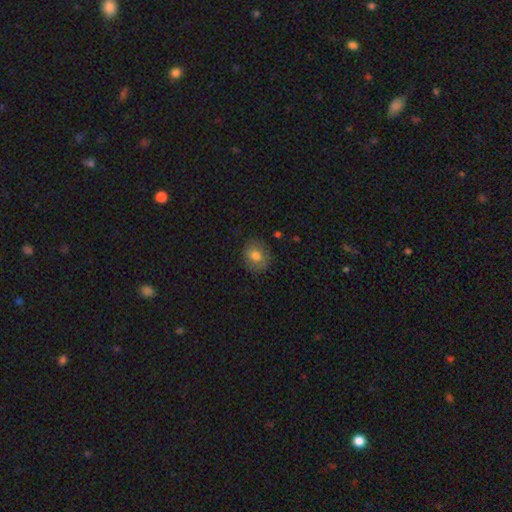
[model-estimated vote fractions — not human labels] The model was most divided on "how rounded": round: 70%, in between: 29%, cigar-shaped: 1%. More confident: merging — none (81%); smooth or featured — smooth (75%).